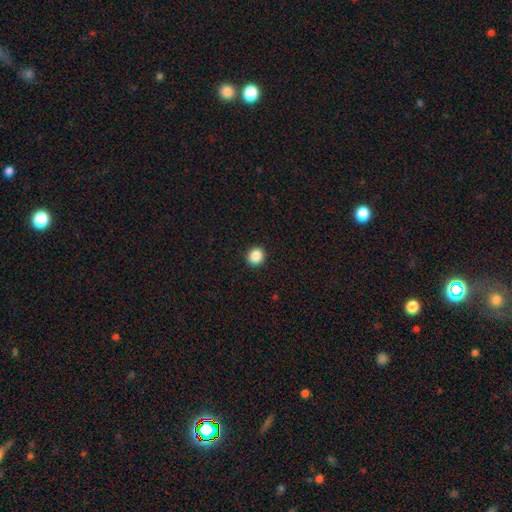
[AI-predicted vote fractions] This is clearly a smooth galaxy (87%). How rounded: clearly round (87%). Merging: clearly none (92%).